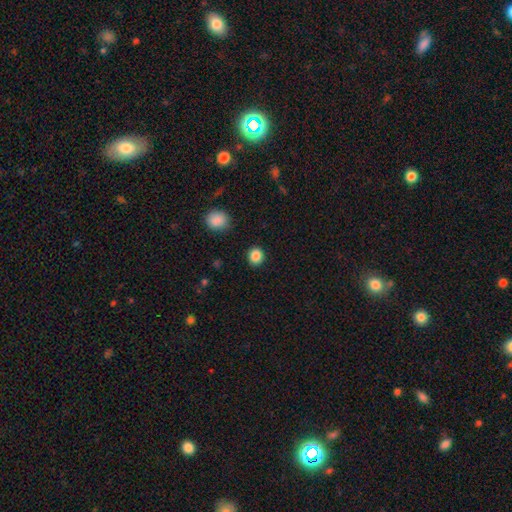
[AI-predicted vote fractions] This is clearly a smooth galaxy (86%). How rounded: likely round (79%). Merging: clearly none (89%).